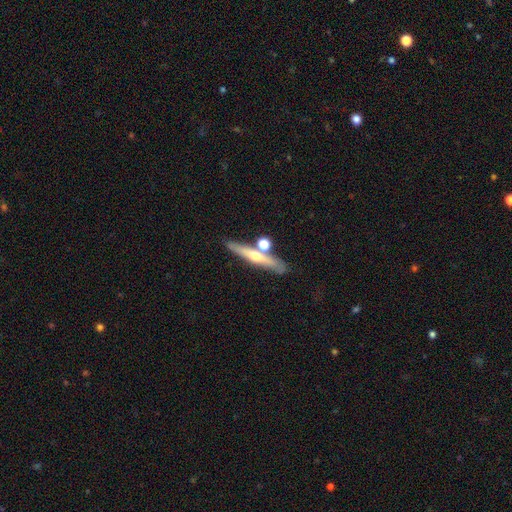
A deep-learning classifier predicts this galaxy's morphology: This appears to be a featured or disk galaxy (54%) viewed edge-on (88%). Merging: none (69%).